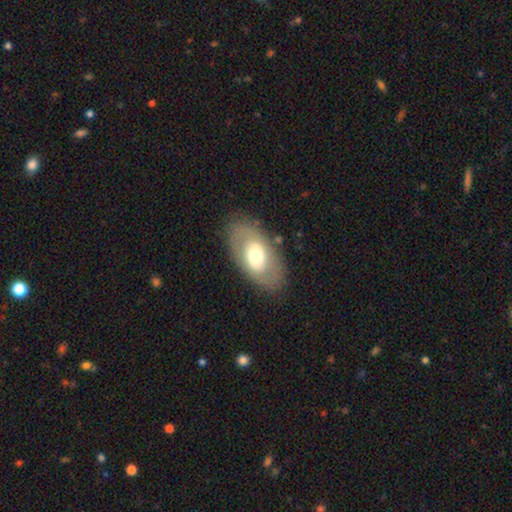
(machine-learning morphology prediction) smooth_or_featured: smooth (p=0.48) [alt: featured or disk p=0.46]
merging: none (p=0.80) [alt: minor disturbance p=0.13]